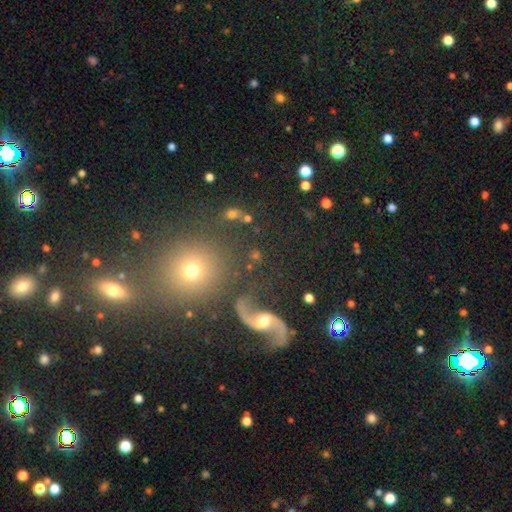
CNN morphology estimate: type=featured or disk (54%); edge-on=no (93%); merging=none (70%).